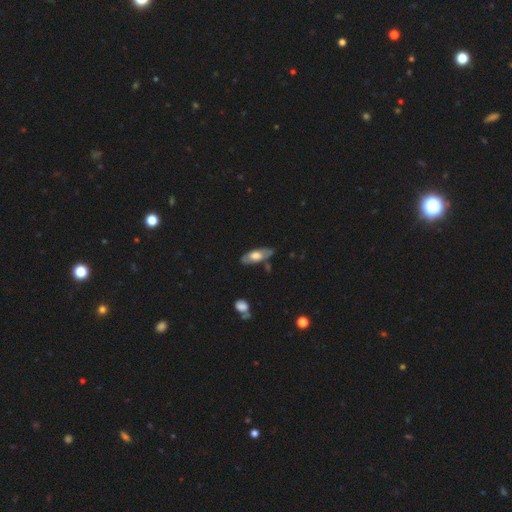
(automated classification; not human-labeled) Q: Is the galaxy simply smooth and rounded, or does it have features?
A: smooth — 48%.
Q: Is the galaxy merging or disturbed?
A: none — 71%.